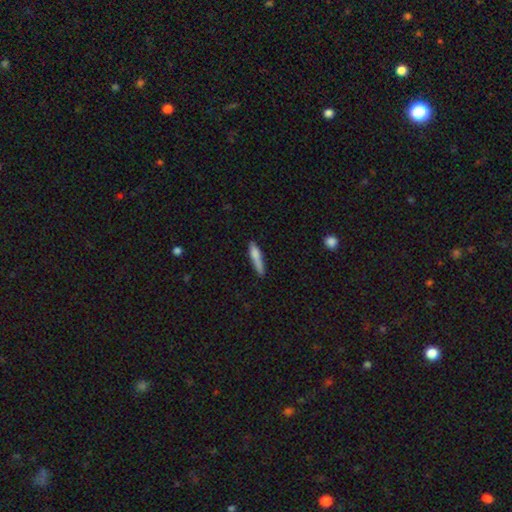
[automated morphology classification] Q: Smooth or featured?
A: smooth (77%); runner-up: featured or disk (17%)
Q: How rounded?
A: cigar-shaped (85%); runner-up: in between (13%)
Q: Merging?
A: none (68%); runner-up: minor disturbance (23%)